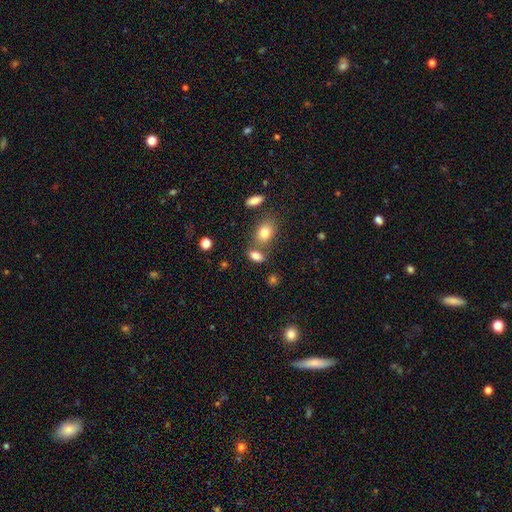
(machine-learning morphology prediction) Smooth or featured? Predicted: smooth (p=0.80). How rounded? Predicted: in between (p=0.85). Merging? Predicted: none (p=0.62).